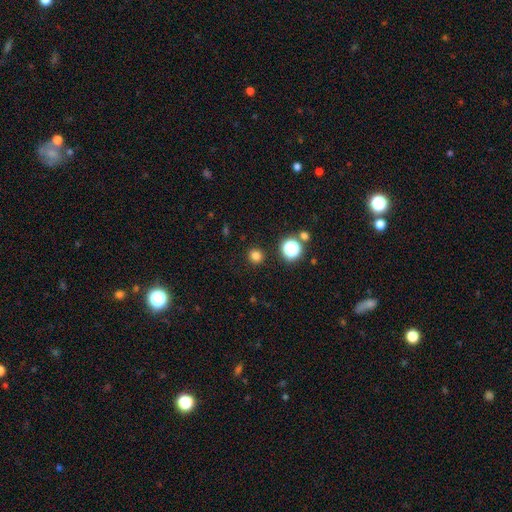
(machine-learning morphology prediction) This is likely a smooth galaxy (79%). How rounded: clearly round (93%). Merging: clearly none (91%).